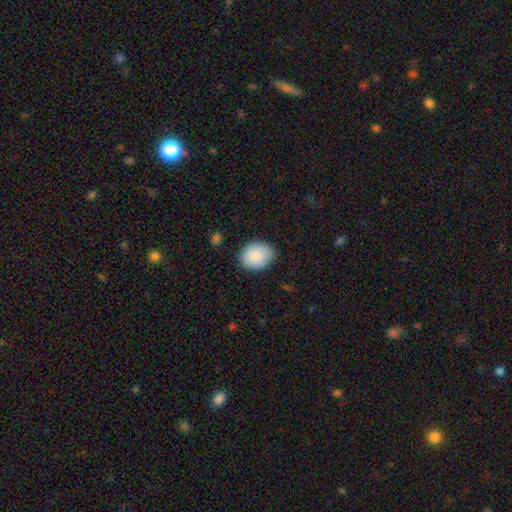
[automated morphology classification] Q: Smooth or featured?
A: smooth (88%); runner-up: star or artifact (6%)
Q: How rounded?
A: in between (59%); runner-up: round (40%)
Q: Merging?
A: none (84%); runner-up: minor disturbance (12%)